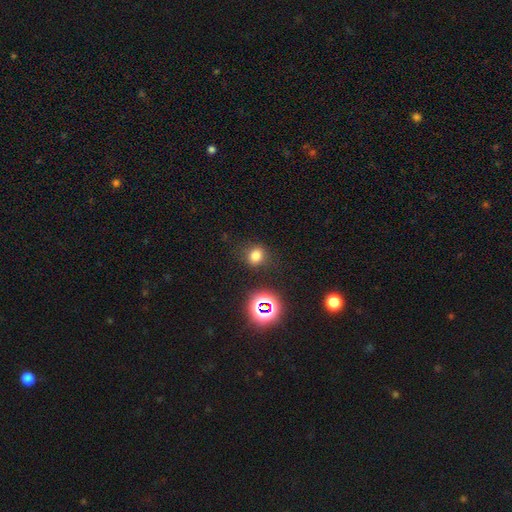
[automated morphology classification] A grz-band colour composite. It shows a smooth galaxy with no disk features (73%) that is round (62%). Merging: none (82%).